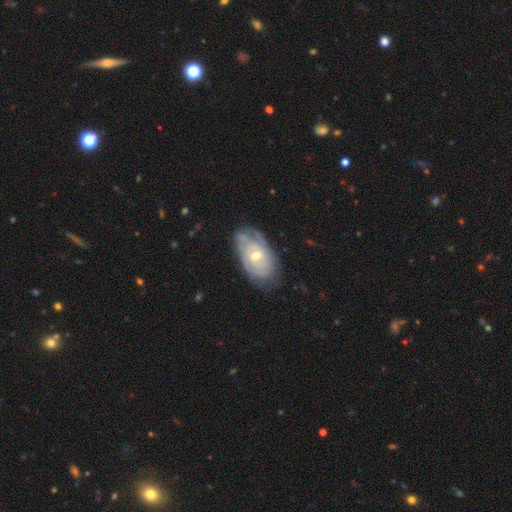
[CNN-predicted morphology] This appears to be a featured or disk galaxy (69%) with no bar (73%), spiral arms (76%) and a small central bulge (49%). Merging: none (67%).